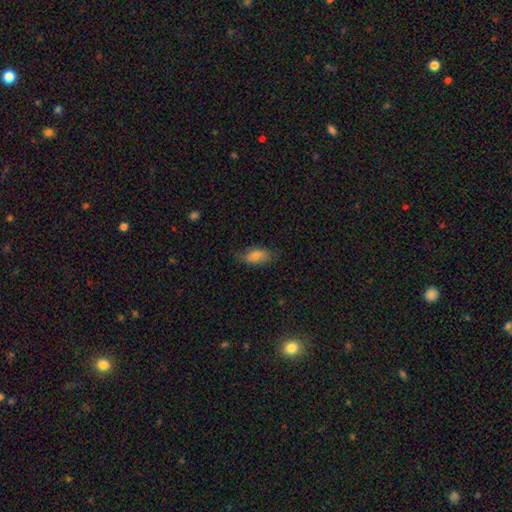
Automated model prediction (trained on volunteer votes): The model was most divided on "merging": none: 69%, minor disturbance: 23%, major disturbance: 7%, merger: 1%. More confident: how rounded — in between (88%); smooth or featured — smooth (73%).